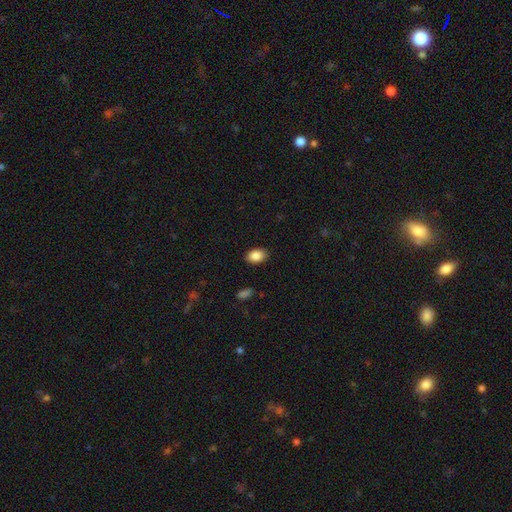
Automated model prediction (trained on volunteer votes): Smooth or featured? Predicted: smooth (p=0.87). How rounded? Predicted: in between (p=0.86). Merging? Predicted: none (p=0.88).